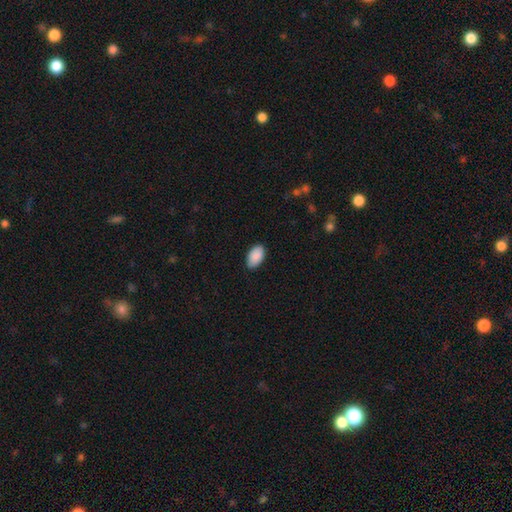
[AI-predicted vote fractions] smooth 91%, star or artifact 6%, featured or disk 3%. Down the decision tree: how rounded — in between (95%); merging — none (86%).